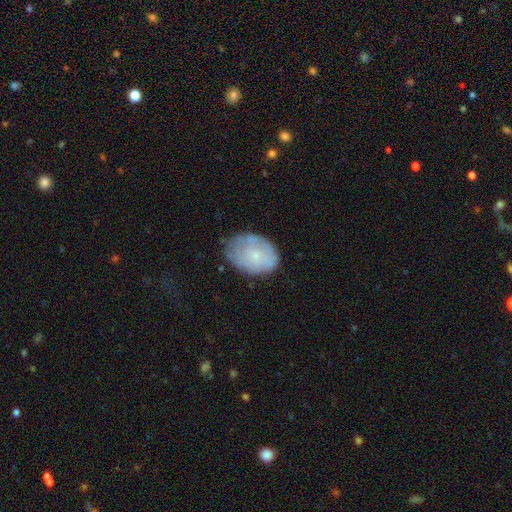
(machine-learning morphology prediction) Smooth or featured?
  - smooth: 61% *
  - featured or disk: 31%
  - star or artifact: 8%
How rounded?
  - in between: 76% *
  - round: 23%
  - cigar-shaped: 1%
Merging?
  - none: 62% *
  - minor disturbance: 28%
  - major disturbance: 9%
  - merger: 2%